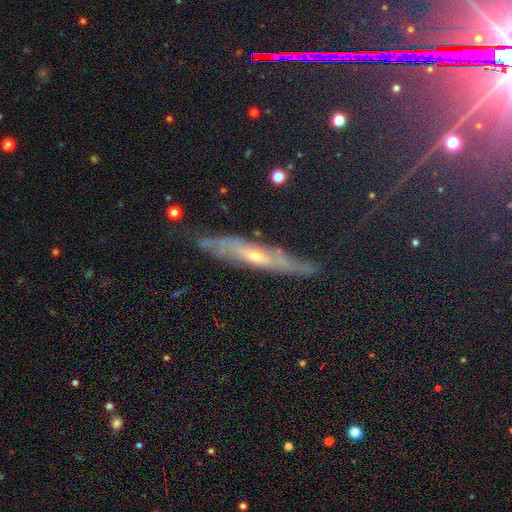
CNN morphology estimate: Smooth or featured?
  - featured or disk: 60% *
  - star or artifact: 22%
  - smooth: 19%
Edge-on disk?
  - yes: 58% *
  - no: 42%
Merging?
  - none: 74% *
  - minor disturbance: 19%
  - major disturbance: 5%
  - merger: 2%